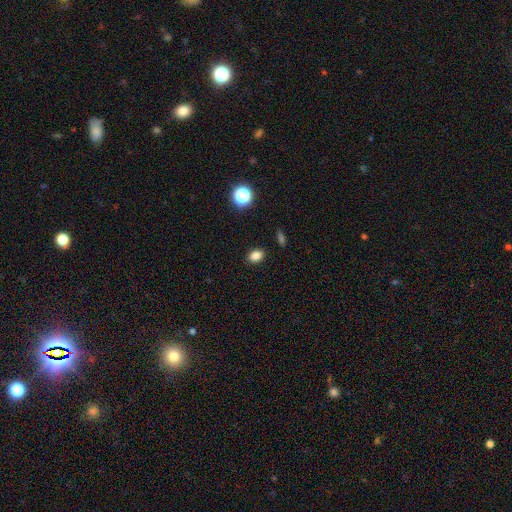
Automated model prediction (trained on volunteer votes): Smooth or featured? Predicted: smooth (p=0.83). How rounded? Predicted: in between (p=0.71). Merging? Predicted: none (p=0.89).